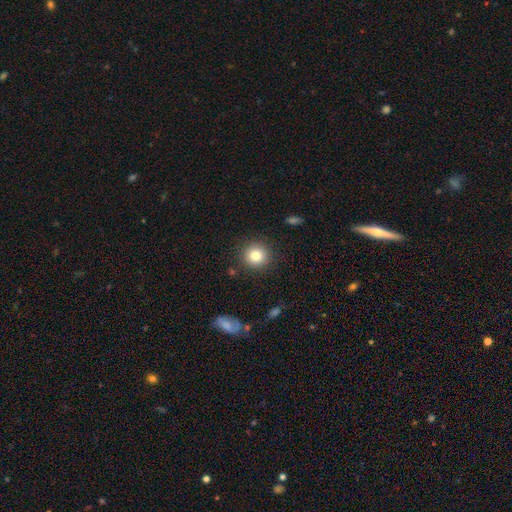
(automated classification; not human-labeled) smooth 82%, star or artifact 10%, featured or disk 8%. Down the decision tree: how rounded — round (91%); merging — none (89%).